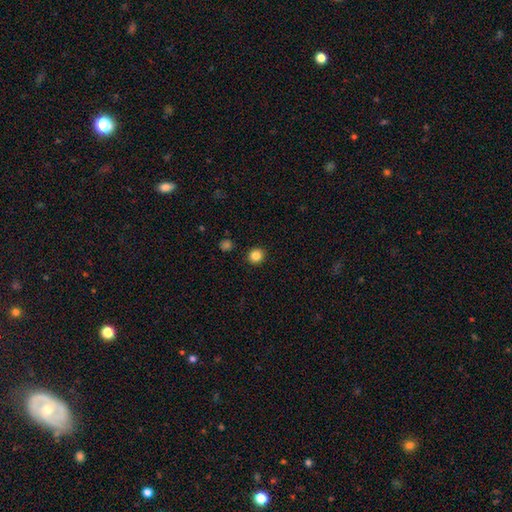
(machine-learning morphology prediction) Smooth or featured?
  - smooth: 84% *
  - star or artifact: 11%
  - featured or disk: 4%
How rounded?
  - round: 92% *
  - in between: 7%
  - cigar-shaped: 1%
Merging?
  - none: 93% *
  - minor disturbance: 4%
  - major disturbance: 2%
  - merger: 1%